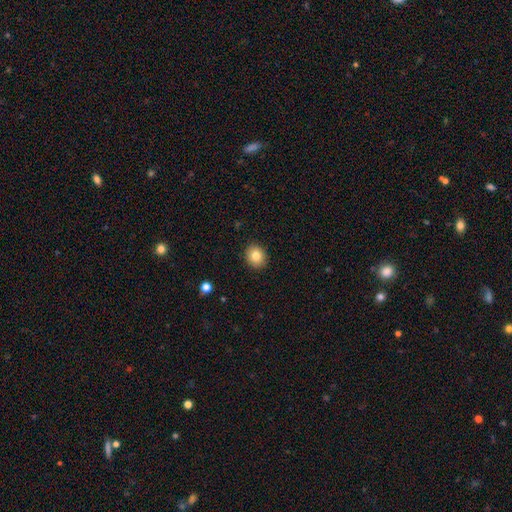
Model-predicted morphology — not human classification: Smooth or featured? Predicted: smooth (p=0.82). How rounded? Predicted: round (p=0.72). Merging? Predicted: none (p=0.91).